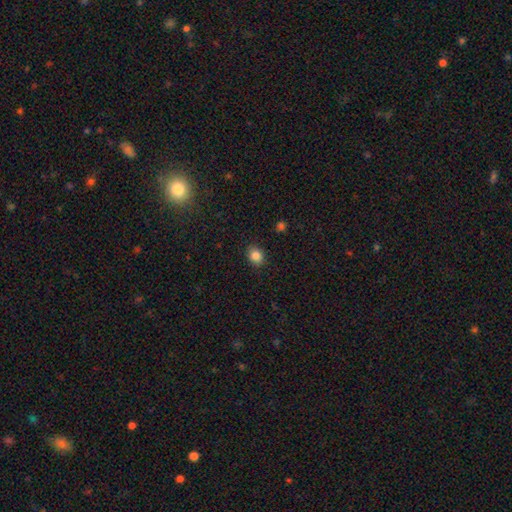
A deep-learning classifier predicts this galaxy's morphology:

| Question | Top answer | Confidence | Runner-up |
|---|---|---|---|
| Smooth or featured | smooth | 85% | star or artifact (10%) |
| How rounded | round | 58% | in between (41%) |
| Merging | none | 89% | minor disturbance (8%) |